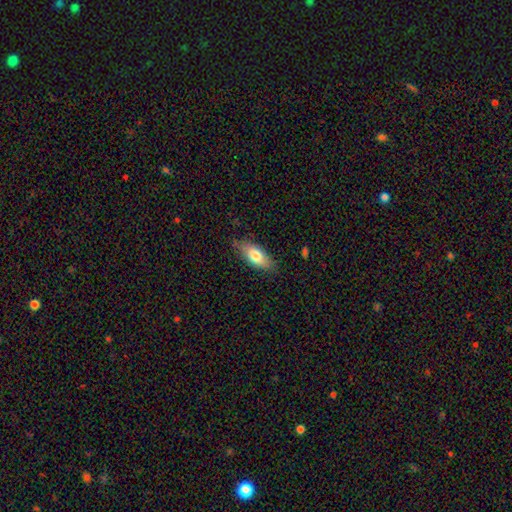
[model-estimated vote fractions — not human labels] Smooth or featured? Predicted: smooth (p=0.74). How rounded? Predicted: in between (p=0.83). Merging? Predicted: none (p=0.76).